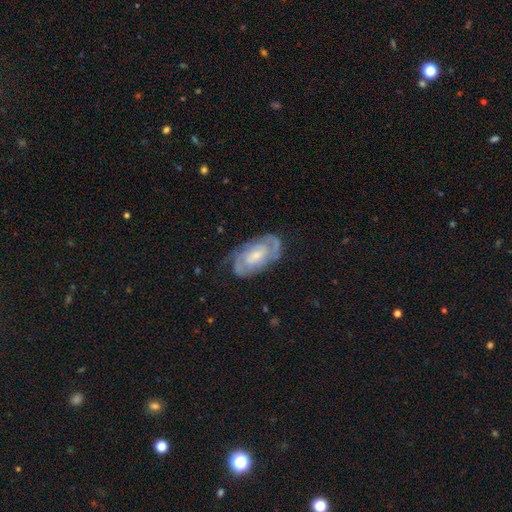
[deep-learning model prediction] The model was most divided on "bulge size": small: 47%, moderate: 37%, none: 8%, large: 6%, dominant: 1%. More confident: edge-on disk — no (96%); spiral arms — yes (94%); smooth or featured — featured or disk (82%); merging — none (70%); spiral arm count — 2 (59%); spiral winding — tight (58%); bar — no (54%).